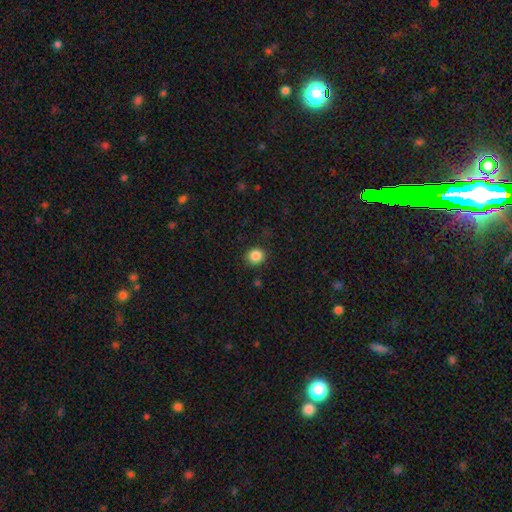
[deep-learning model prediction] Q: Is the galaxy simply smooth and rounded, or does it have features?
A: smooth — 86%.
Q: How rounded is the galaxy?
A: round — 83%.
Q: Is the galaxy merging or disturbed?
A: none — 88%.